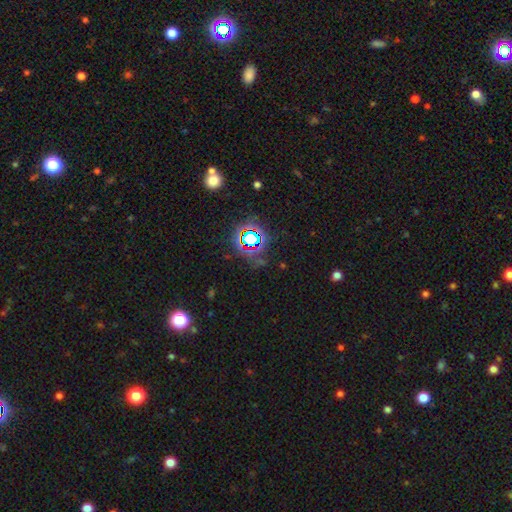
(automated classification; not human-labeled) Smooth or featured?
  - star or artifact: 75% *
  - smooth: 16%
  - featured or disk: 9%